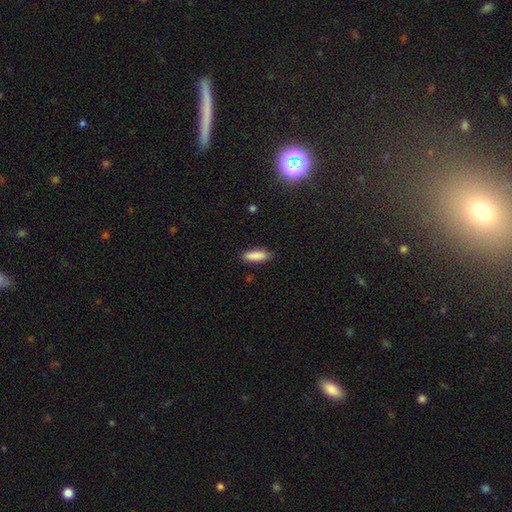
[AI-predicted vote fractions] Smooth or featured: smooth — 89% (star or artifact — 7%)
How rounded: in between — 61% (cigar-shaped — 37%)
Merging: none — 86% (minor disturbance — 10%)